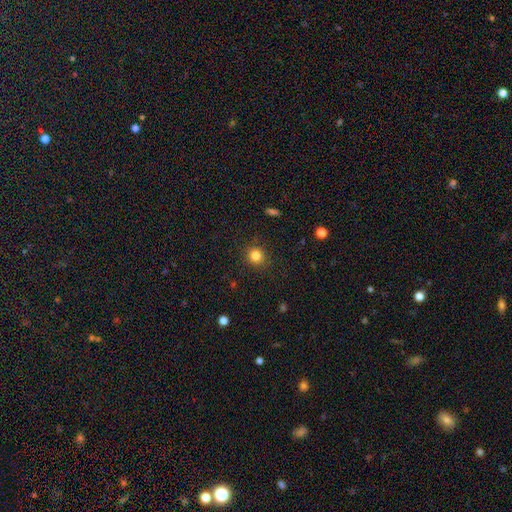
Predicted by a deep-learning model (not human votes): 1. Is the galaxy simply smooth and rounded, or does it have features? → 82% smooth, 12% star or artifact, 5% featured or disk.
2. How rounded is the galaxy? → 90% round, 9% in between, 1% cigar-shaped.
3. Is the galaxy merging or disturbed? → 89% none, 7% minor disturbance, 3% major disturbance, 1% merger.